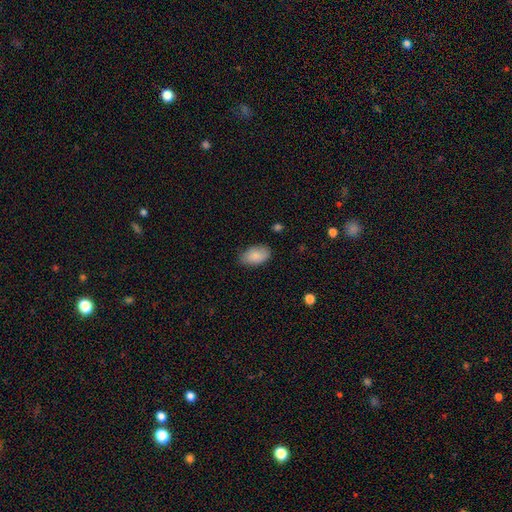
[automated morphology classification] Overall: smooth (85%). How rounded: in between (93%). Merging: none (80%).